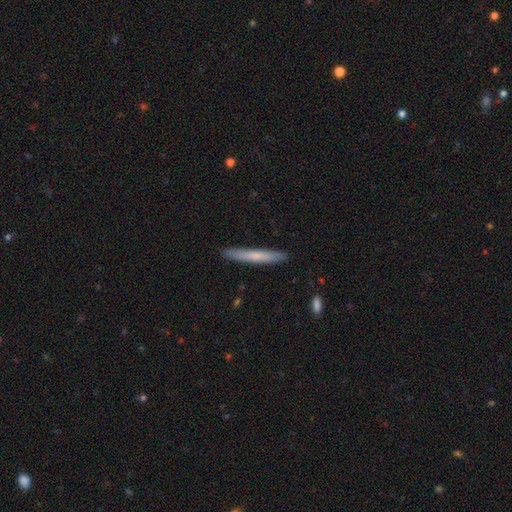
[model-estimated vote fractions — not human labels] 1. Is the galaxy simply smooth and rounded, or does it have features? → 64% smooth, 31% featured or disk, 6% star or artifact.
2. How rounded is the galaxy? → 96% cigar-shaped, 3% in between, 1% round.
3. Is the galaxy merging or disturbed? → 89% none, 8% minor disturbance, 1% major disturbance, 1% merger.